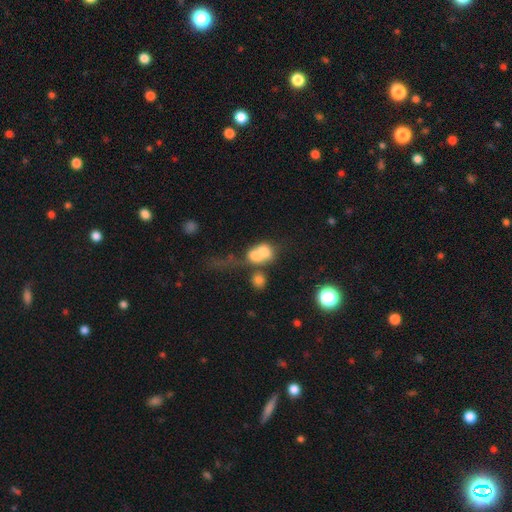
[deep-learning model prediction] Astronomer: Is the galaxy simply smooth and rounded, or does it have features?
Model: smooth — 64%.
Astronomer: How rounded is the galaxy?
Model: in between — 51% (runner-up: round, 47%).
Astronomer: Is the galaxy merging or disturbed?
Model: merger — 68%.